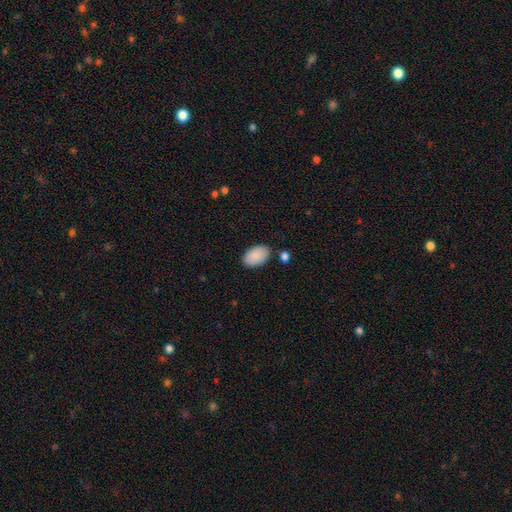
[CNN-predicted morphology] Q: Smooth or featured?
A: smooth (90%); runner-up: star or artifact (6%)
Q: How rounded?
A: in between (95%); runner-up: round (4%)
Q: Merging?
A: none (82%); runner-up: minor disturbance (11%)